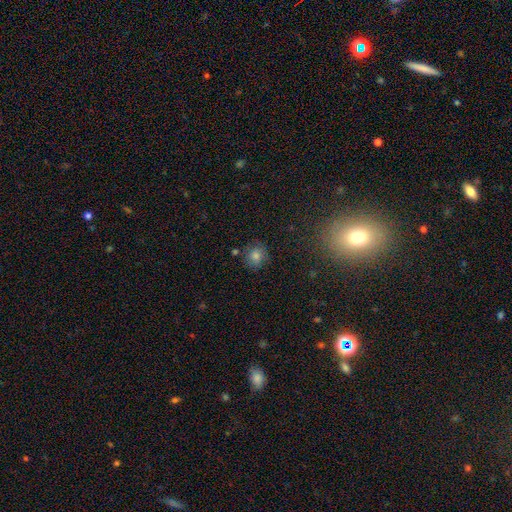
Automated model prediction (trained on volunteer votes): The model was most divided on "smooth or featured": smooth: 75%, star or artifact: 16%, featured or disk: 9%. More confident: how rounded — round (85%); merging — none (81%).